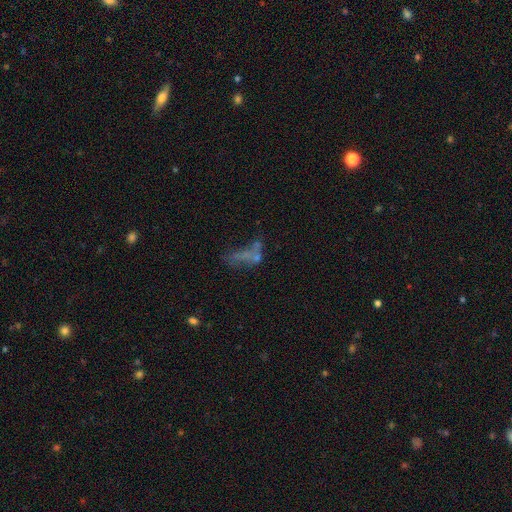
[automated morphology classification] smooth-or-featured: smooth: 39% | featured or disk: 37% | star or artifact: 24%
  merging: none: 32% | merger: 29% | major disturbance: 27% | minor disturbance: 13%